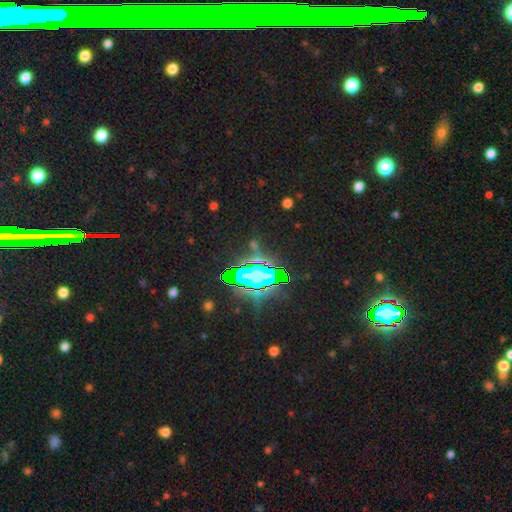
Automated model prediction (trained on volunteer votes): Smooth or featured?
  - star or artifact: 83% *
  - smooth: 10%
  - featured or disk: 8%